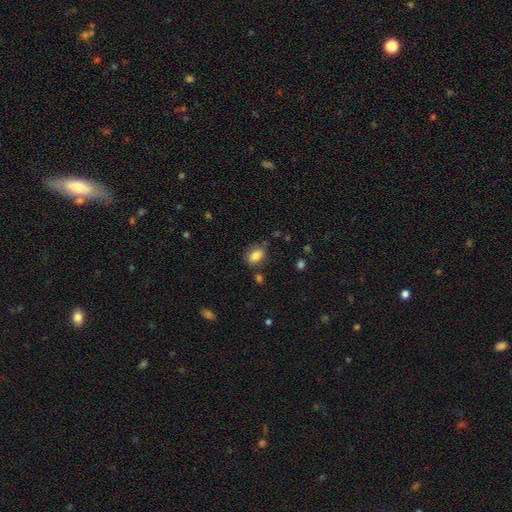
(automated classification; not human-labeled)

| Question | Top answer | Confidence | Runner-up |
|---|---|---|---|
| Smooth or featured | smooth | 83% | star or artifact (9%) |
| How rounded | in between | 82% | round (16%) |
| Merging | none | 76% | minor disturbance (15%) |